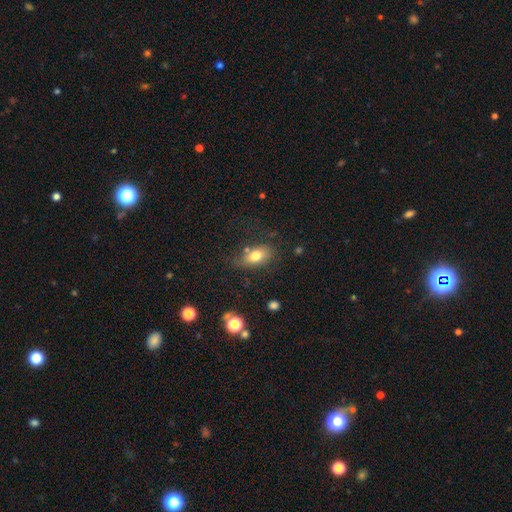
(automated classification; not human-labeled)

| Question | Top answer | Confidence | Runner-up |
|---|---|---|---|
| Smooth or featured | smooth | 75% | featured or disk (16%) |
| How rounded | in between | 84% | round (10%) |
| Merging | none | 67% | minor disturbance (21%) |